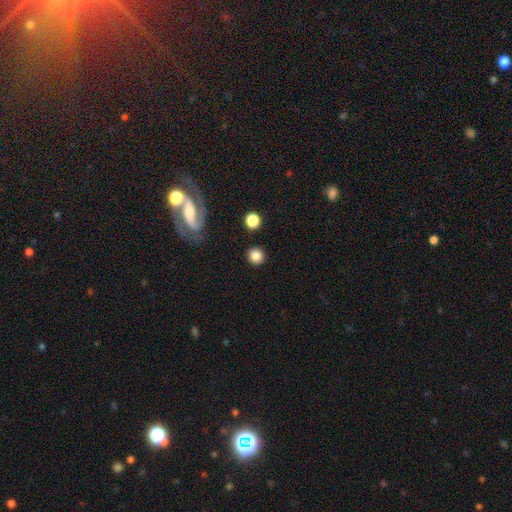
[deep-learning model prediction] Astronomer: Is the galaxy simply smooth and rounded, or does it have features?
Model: smooth — 85%.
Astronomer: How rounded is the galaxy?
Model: round — 92%.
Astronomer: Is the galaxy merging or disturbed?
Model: none — 89%.